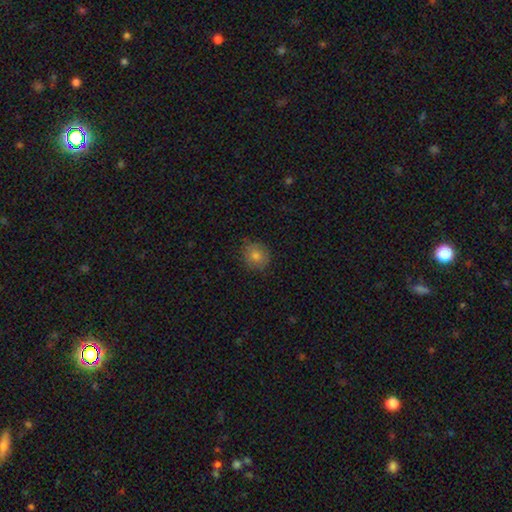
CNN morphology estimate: smooth-or-featured: smooth: 77% | featured or disk: 12% | star or artifact: 11%
  how-rounded: round: 82% | in between: 17% | cigar-shaped: 1%
  merging: none: 83% | minor disturbance: 13% | major disturbance: 3% | merger: 1%